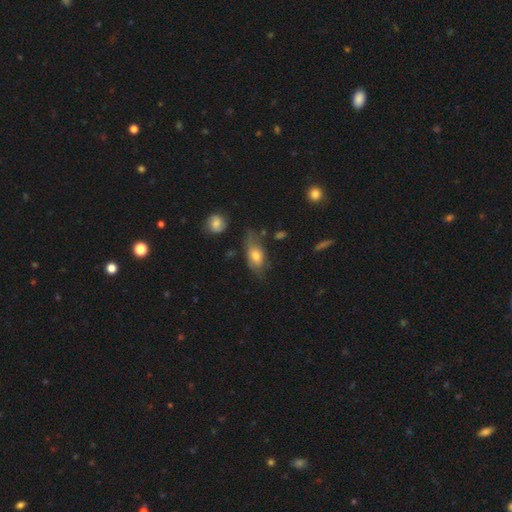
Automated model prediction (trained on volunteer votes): Smooth or featured? smooth (61%)
How rounded? in between (84%)
Merging? none (49%)